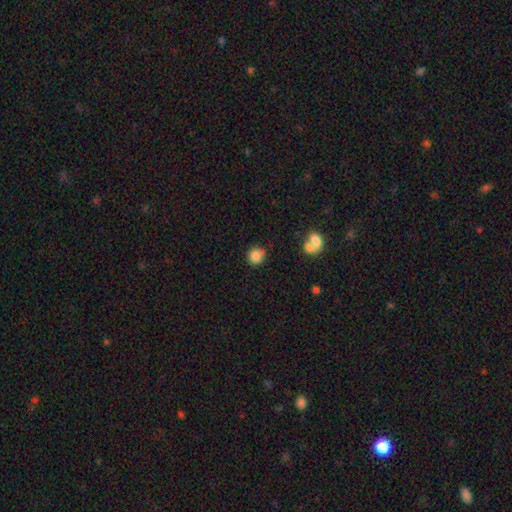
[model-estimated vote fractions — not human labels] A smooth galaxy with no disk features (85%) that is round (87%). Merging: none (72%).